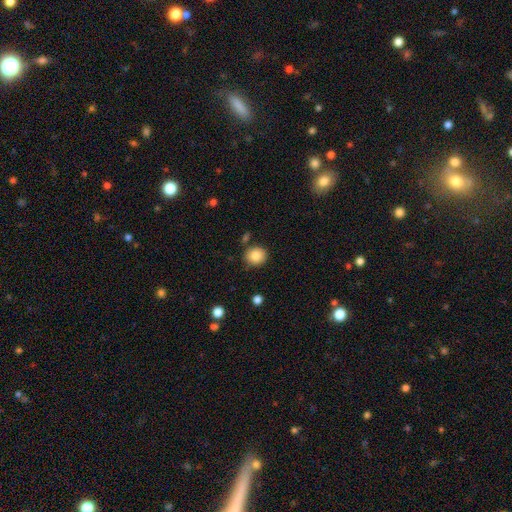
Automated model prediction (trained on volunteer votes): smooth_or_featured: smooth (p=0.85) [alt: star or artifact p=0.09]
how_rounded: round (p=0.78) [alt: in between p=0.21]
merging: none (p=0.83) [alt: minor disturbance p=0.10]